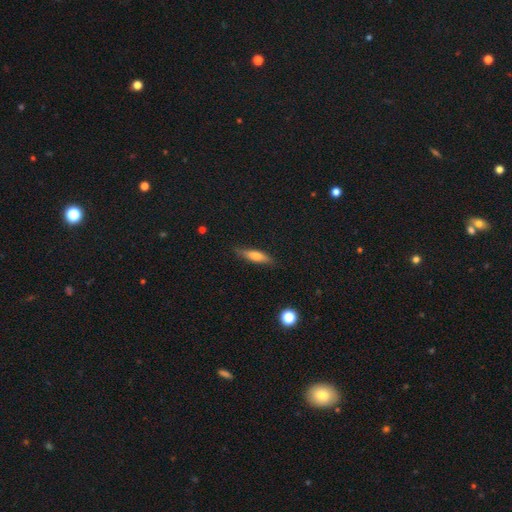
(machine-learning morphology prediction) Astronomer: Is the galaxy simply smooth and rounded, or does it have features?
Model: smooth — 61%.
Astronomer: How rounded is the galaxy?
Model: cigar-shaped — 72%.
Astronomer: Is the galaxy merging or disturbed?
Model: none — 80%.